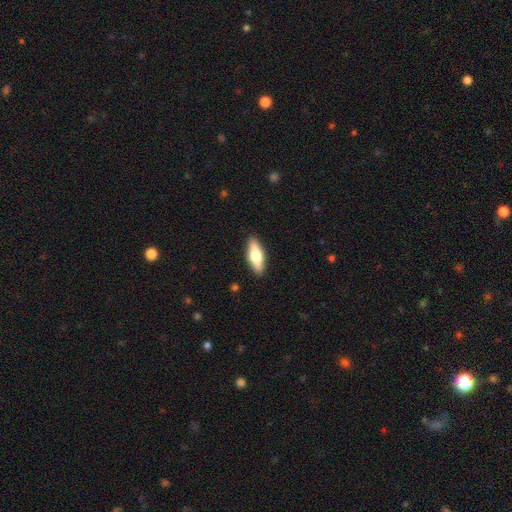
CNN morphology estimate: smooth 60%, featured or disk 35%, star or artifact 6%. Down the decision tree: how rounded — in between (57%); merging — none (89%).